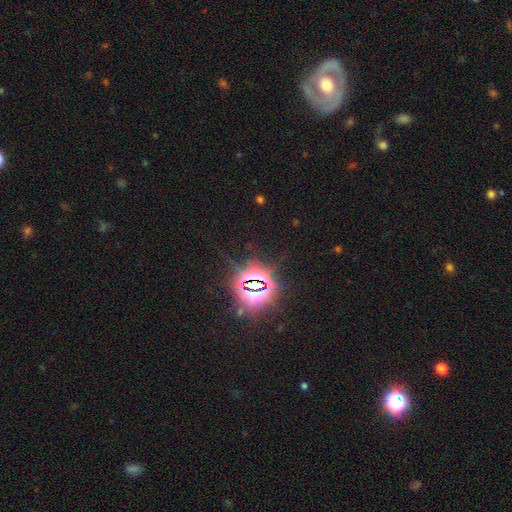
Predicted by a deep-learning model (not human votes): Smooth or featured? star or artifact (71%)